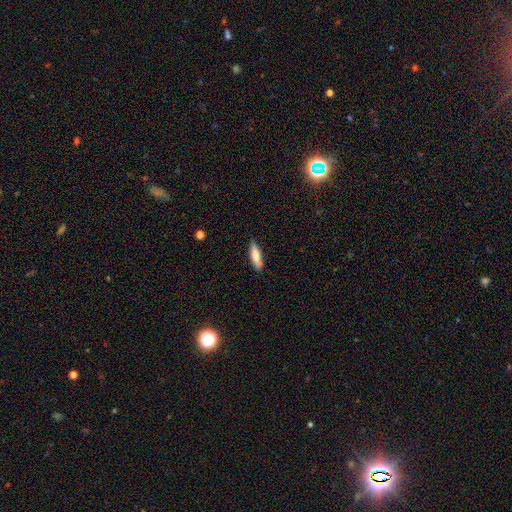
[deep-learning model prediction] Smooth or featured? Predicted: smooth (p=0.76). How rounded? Predicted: cigar-shaped (p=0.62). Merging? Predicted: none (p=0.82).